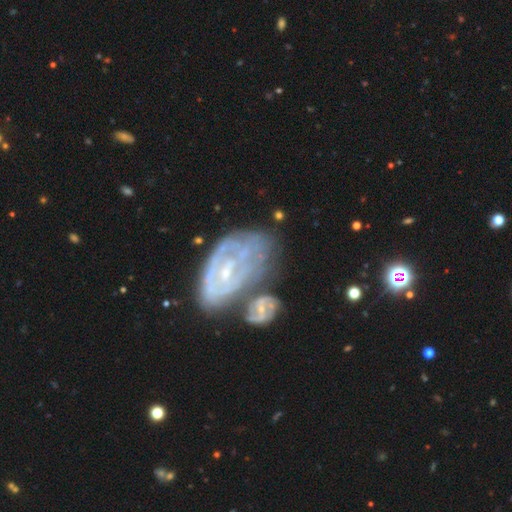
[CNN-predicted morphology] type=featured or disk (79%); edge-on=no (95%); bar=no (51%); spiral arms=yes (72%); winding=tight (64%); arm count=can't tell (57%); bulge=small (72%); merging=merger (39%).